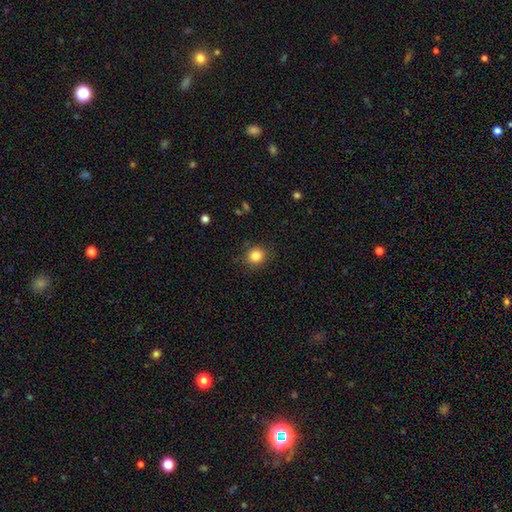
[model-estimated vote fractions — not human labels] This is clearly a smooth galaxy (84%). How rounded: clearly round (82%). Merging: clearly none (85%).